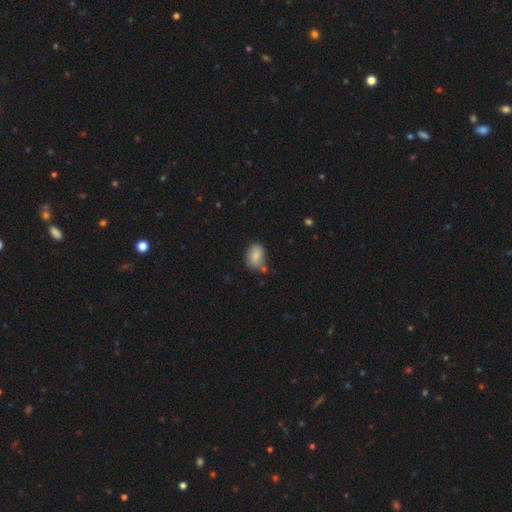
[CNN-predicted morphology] Smooth or featured? Predicted: smooth (p=0.82). How rounded? Predicted: in between (p=0.76). Merging? Predicted: none (p=0.63).